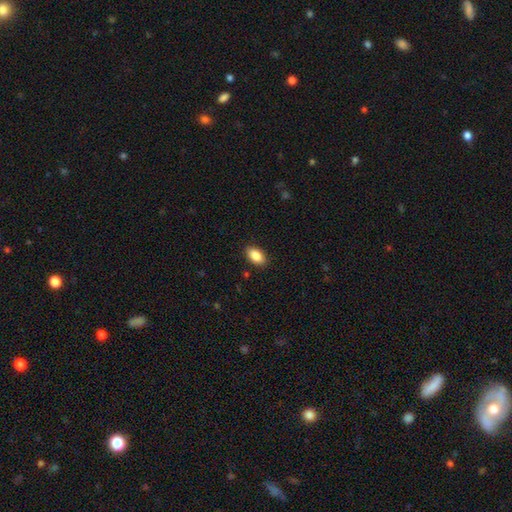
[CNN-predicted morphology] Overall: smooth (87%). How rounded: in between (92%). Merging: none (88%).